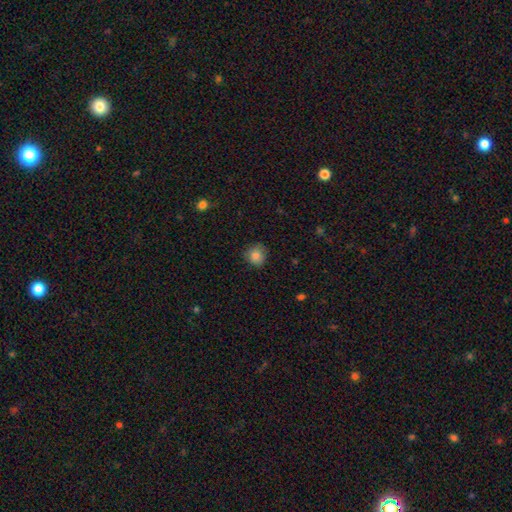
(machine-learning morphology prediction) Overall: smooth (83%). How rounded: round (88%). Merging: none (82%).